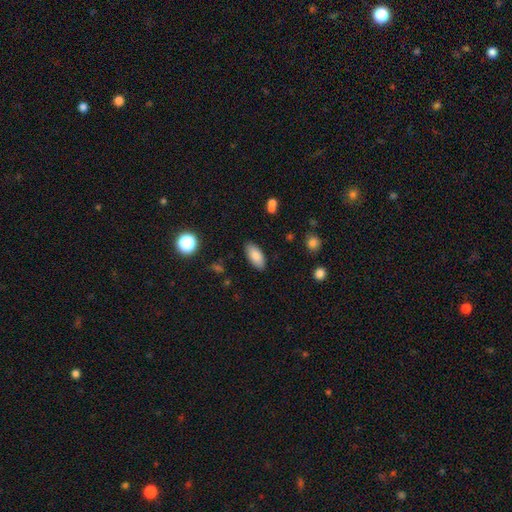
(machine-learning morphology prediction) A smooth galaxy with no disk features (84%) that is in between round and cigar-shaped (90%). Merging: none (87%).